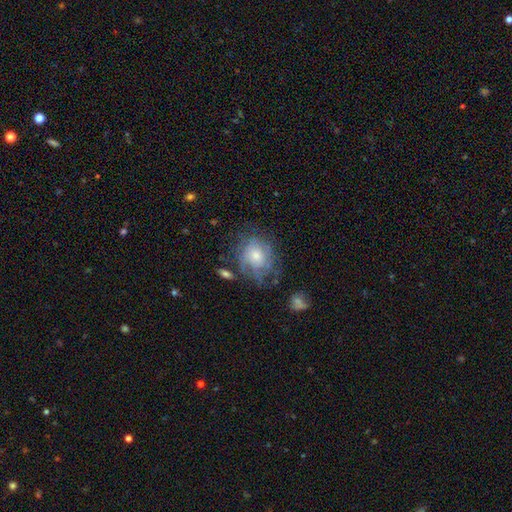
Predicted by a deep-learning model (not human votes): This appears to be a featured or disk galaxy (49%). Merging: none (51%).